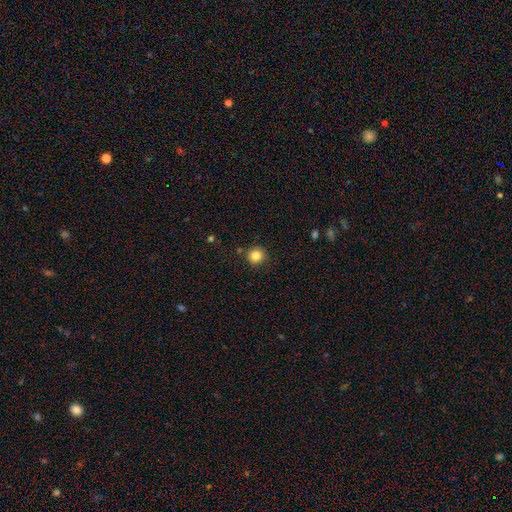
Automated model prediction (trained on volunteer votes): This appears to be a smooth galaxy with no disk features (84%) that is round (93%). Merging: none (86%).